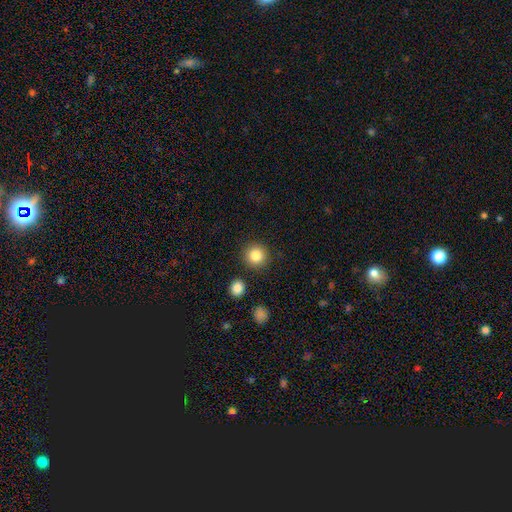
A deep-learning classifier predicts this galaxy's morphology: The model was most divided on "smooth or featured": smooth: 85%, star or artifact: 10%, featured or disk: 6%. More confident: how rounded — round (94%); merging — none (89%).